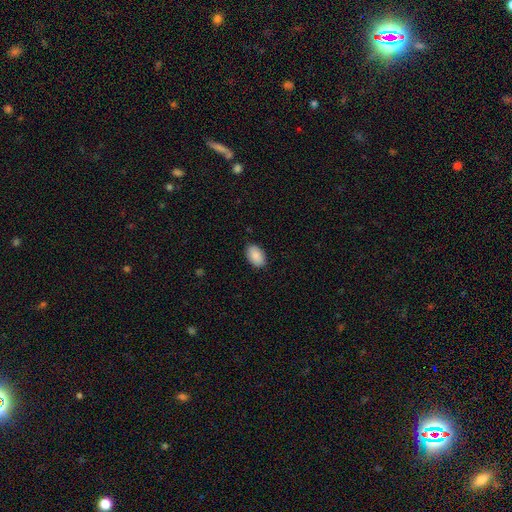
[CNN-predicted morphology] Smooth or featured: smooth — 89% (star or artifact — 6%)
How rounded: in between — 92% (round — 7%)
Merging: none — 88% (minor disturbance — 9%)